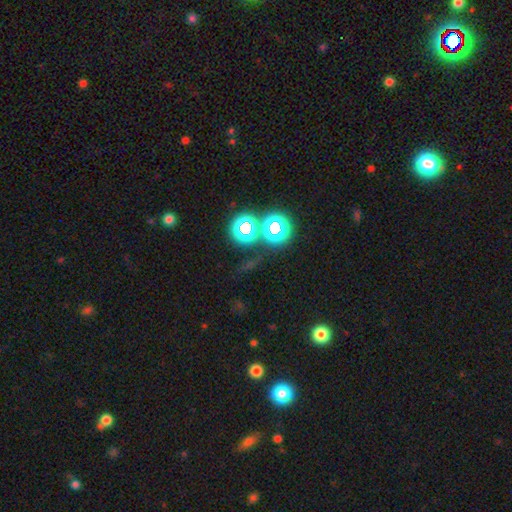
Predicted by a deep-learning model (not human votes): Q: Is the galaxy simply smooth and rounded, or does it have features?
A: star or artifact — 53%.